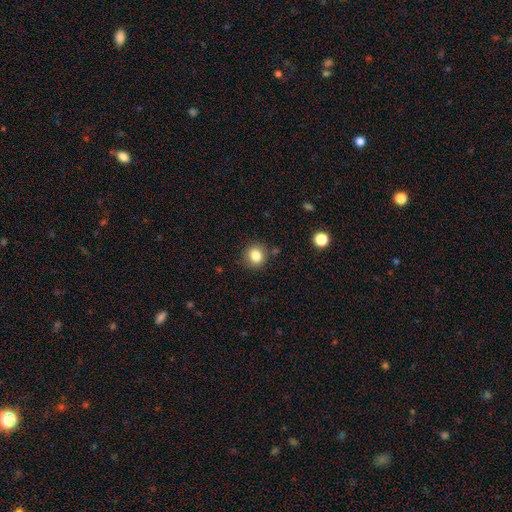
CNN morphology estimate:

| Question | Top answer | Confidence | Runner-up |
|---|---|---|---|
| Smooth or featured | smooth | 83% | star or artifact (11%) |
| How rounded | round | 85% | in between (14%) |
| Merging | none | 85% | minor disturbance (9%) |